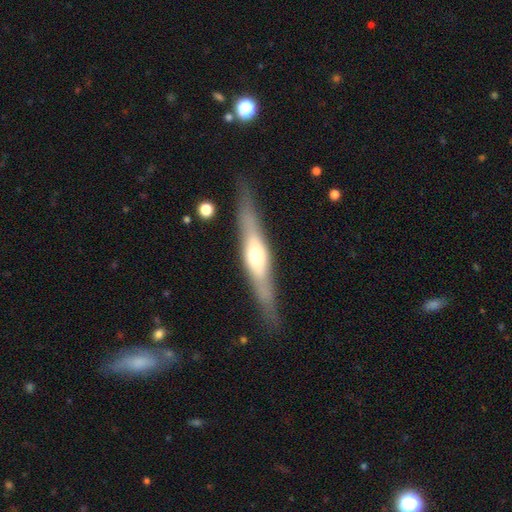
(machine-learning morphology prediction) featured or disk 65%, smooth 30%, star or artifact 6%. Down the decision tree: edge-on disk — yes (91%); edge-on bulge — rounded (87%); merging — none (81%).